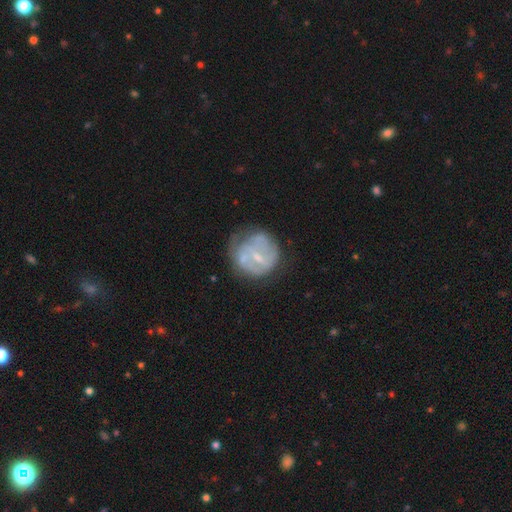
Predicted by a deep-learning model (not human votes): Smooth or featured? Predicted: featured or disk (p=0.60). Edge-on disk? Predicted: no (p=0.98). Bar? Predicted: weak (p=0.44, tied with no). Spiral arms? Predicted: no (p=0.53). Bulge size? Predicted: small (p=0.55). Merging? Predicted: none (p=0.50).